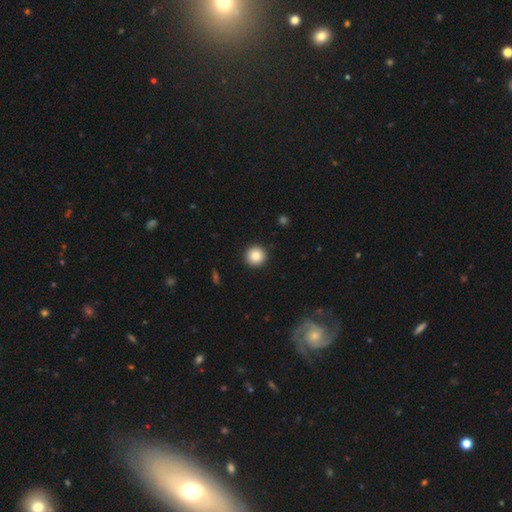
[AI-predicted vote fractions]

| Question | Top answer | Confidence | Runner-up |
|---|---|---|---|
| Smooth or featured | smooth | 86% | star or artifact (9%) |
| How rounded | round | 96% | in between (3%) |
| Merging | none | 92% | minor disturbance (5%) |